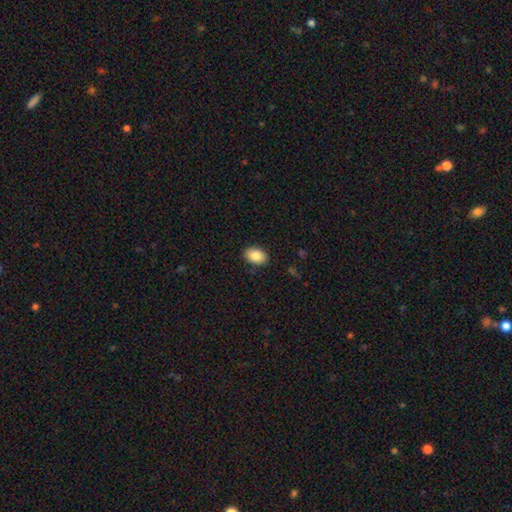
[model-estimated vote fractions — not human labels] Smooth or featured: smooth — 86% (star or artifact — 8%)
How rounded: in between — 84% (round — 15%)
Merging: none — 89% (minor disturbance — 8%)